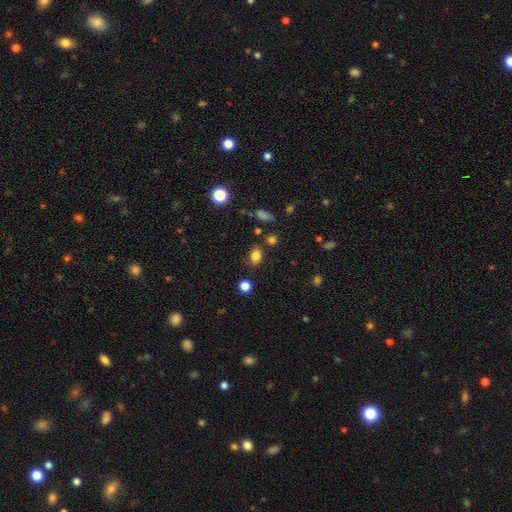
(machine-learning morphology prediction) Smooth or featured? smooth (82%)
How rounded? in between (71%)
Merging? none (78%)